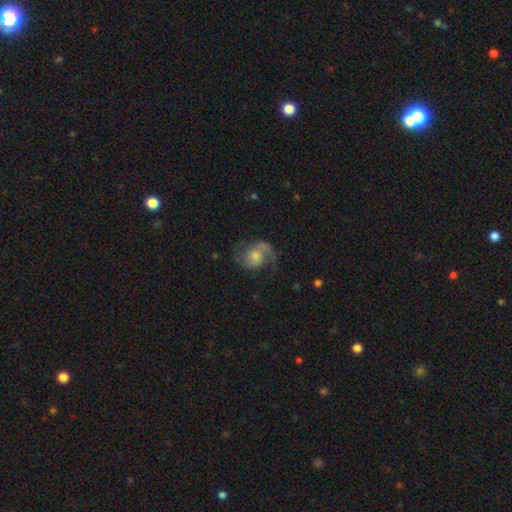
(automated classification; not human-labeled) This is likely a featured or disk galaxy (74%). It is clearly not viewed edge-on (98%). Bar: likely no (69%). Spiral arm pattern: clearly yes (94%). Spiral arm count: likely 2 (67%). Spiral winding: possibly medium (46%). Central bulge: marginally moderate (44%). Merging: likely none (61%).